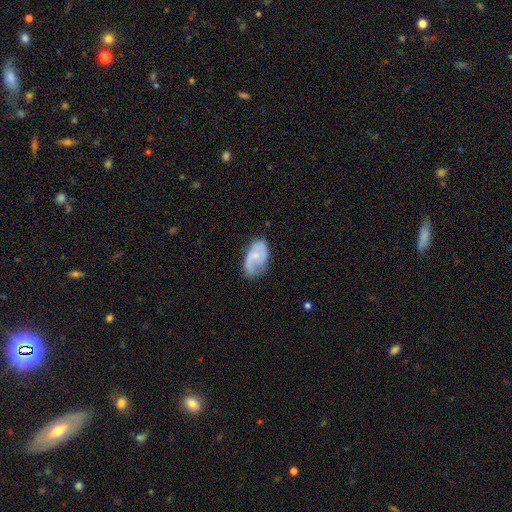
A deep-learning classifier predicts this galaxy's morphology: A featured or disk galaxy (55%) with no bar (62%), spiral arms (79%) and a small central bulge (61%).

Vote fractions:
- Smooth or featured? featured or disk: 55% / smooth: 38% / star or artifact: 7%
- Edge-on disk? no: 96% / yes: 4%
- Bar? no: 62% / weak: 32% / strong: 6%
- Spiral arms? yes: 79% / no: 21%
- Bulge size? small: 61% / moderate: 26% / none: 11% / large: 1% / dominant: 1%
- Merging? none: 60% / minor disturbance: 28% / major disturbance: 10% / merger: 2%